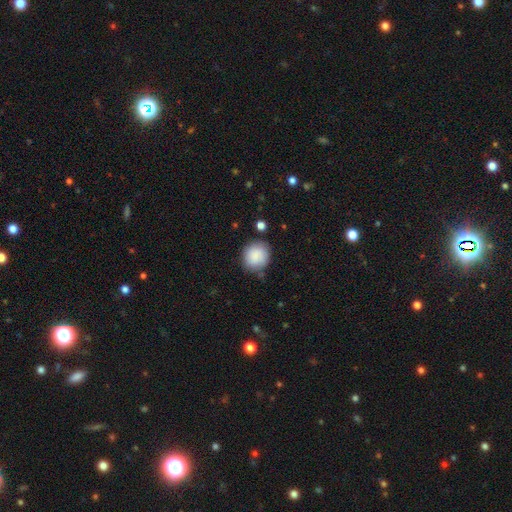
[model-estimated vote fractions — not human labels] This is clearly a smooth galaxy (87%). How rounded: clearly round (81%). Merging: likely none (75%).